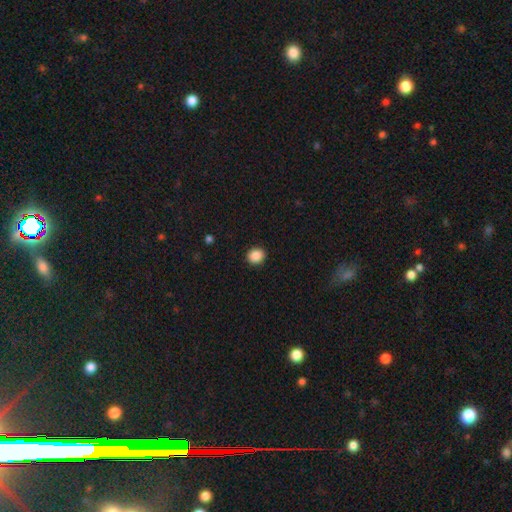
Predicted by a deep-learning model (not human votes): Smooth or featured?
  - smooth: 89% *
  - star or artifact: 9%
  - featured or disk: 3%
How rounded?
  - round: 77% *
  - in between: 22%
  - cigar-shaped: 1%
Merging?
  - none: 92% *
  - minor disturbance: 6%
  - major disturbance: 2%
  - merger: 1%